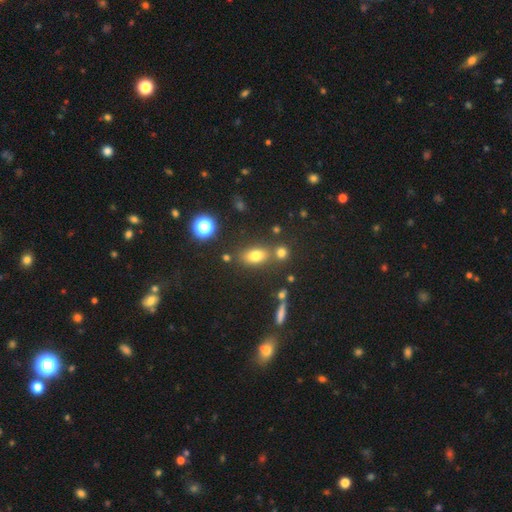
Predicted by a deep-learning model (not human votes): Smooth or featured: smooth — 73% (star or artifact — 15%)
How rounded: in between — 76% (round — 17%)
Merging: none — 68% (merger — 16%)